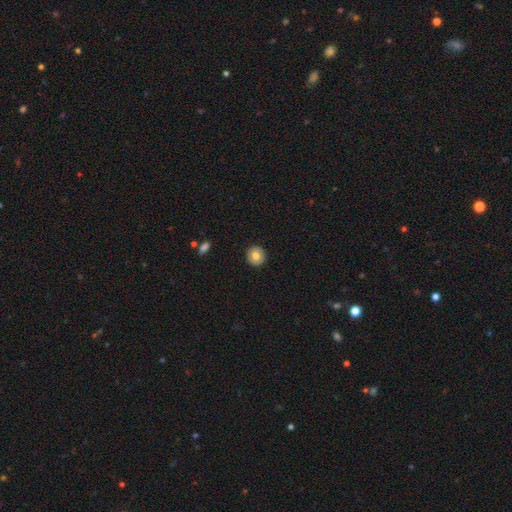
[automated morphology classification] The model was most divided on "smooth or featured": smooth: 74%, featured or disk: 18%, star or artifact: 7%. More confident: how rounded — round (92%); merging — none (92%).